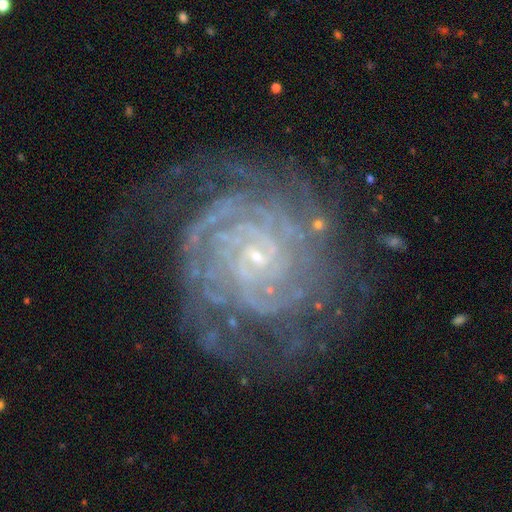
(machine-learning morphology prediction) Smooth or featured?
  - featured or disk: 89% *
  - star or artifact: 6%
  - smooth: 4%
Edge-on disk?
  - no: 98% *
  - yes: 2%
Bar?
  - no: 65% *
  - weak: 26%
  - strong: 9%
Spiral arms?
  - yes: 98% *
  - no: 2%
Spiral winding?
  - tight: 80% *
  - medium: 16%
  - loose: 3%
Spiral arm count?
  - can't tell: 27% *
  - 4: 20%
  - more than 4: 17%
  - 2: 15%
  - 3: 14%
  - 1: 8%
Bulge size?
  - small: 86% *
  - moderate: 9%
  - none: 3%
  - large: 1%
  - dominant: 1%
Merging?
  - none: 69% *
  - minor disturbance: 17%
  - major disturbance: 12%
  - merger: 2%